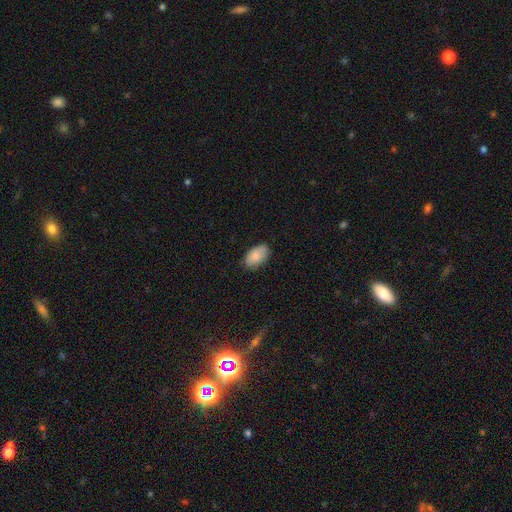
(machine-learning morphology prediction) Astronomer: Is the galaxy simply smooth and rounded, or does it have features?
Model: smooth — 87%.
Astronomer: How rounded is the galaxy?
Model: in between — 93%.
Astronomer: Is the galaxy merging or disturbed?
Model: none — 82%.